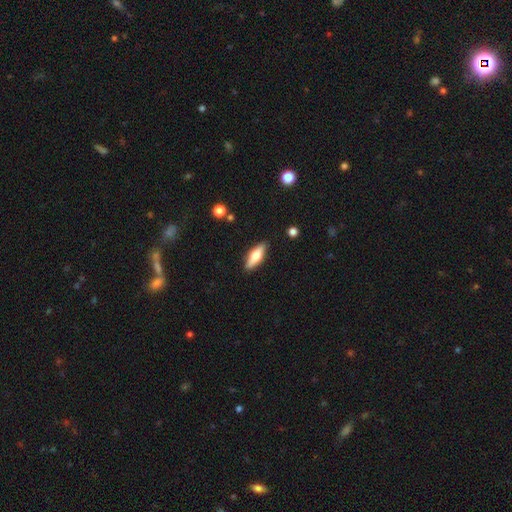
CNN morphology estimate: The model was most divided on "how rounded": in between: 54%, cigar-shaped: 44%, round: 2%. More confident: merging — none (88%); smooth or featured — smooth (58%).